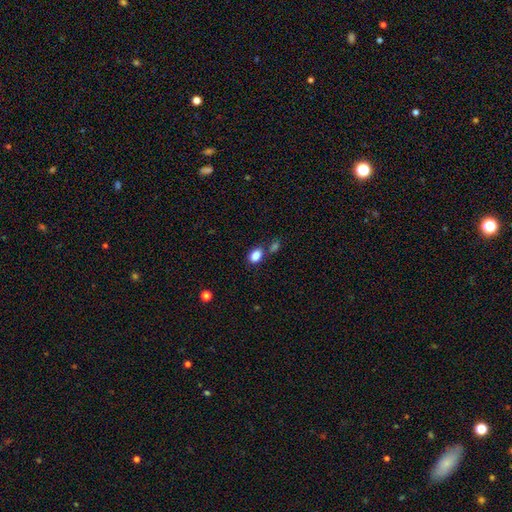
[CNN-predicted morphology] The model was most divided on "merging": none: 63%, merger: 19%, minor disturbance: 14%, major disturbance: 5%. More confident: smooth or featured — smooth (86%); how rounded — in between (82%).